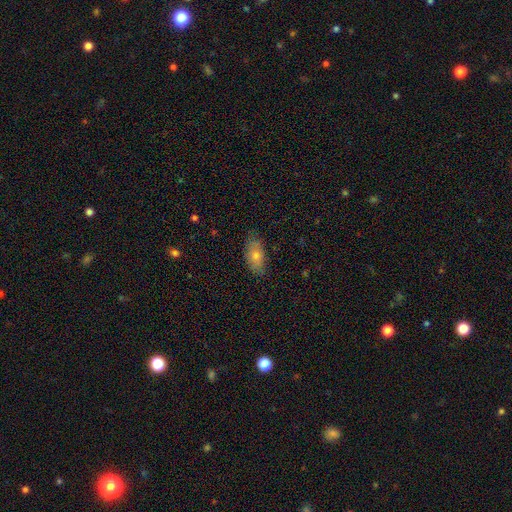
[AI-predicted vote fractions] Smooth or featured? smooth (67%)
How rounded? in between (88%)
Merging? none (82%)